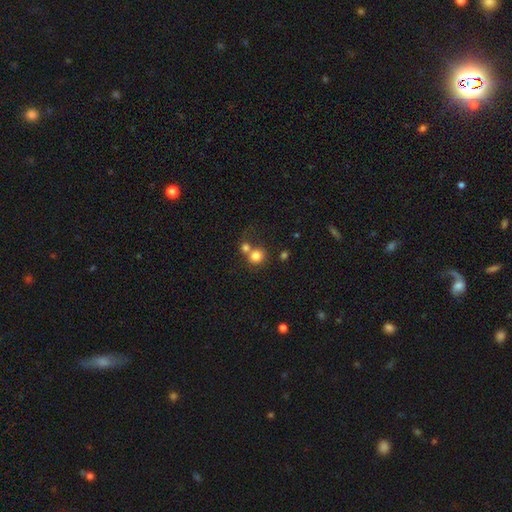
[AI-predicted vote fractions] Morphology: type=smooth (79%); roundness=round (85%); merging=merger (46%).